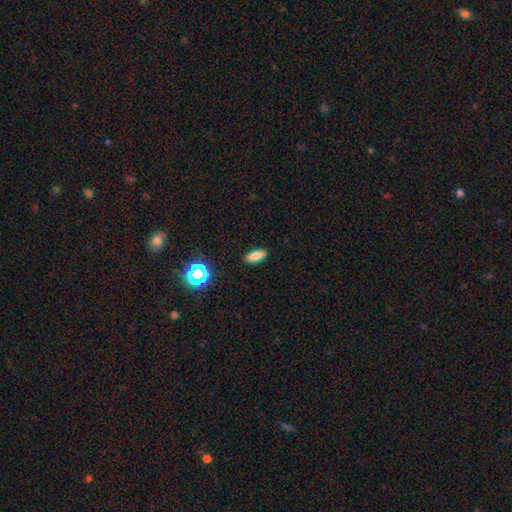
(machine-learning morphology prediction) A smooth galaxy with no disk features (81%) that is in between round and cigar-shaped (72%).

Vote fractions:
- Smooth or featured? smooth: 81% / star or artifact: 12% / featured or disk: 7%
- How rounded? in between: 72% / cigar-shaped: 25% / round: 3%
- Merging? none: 89% / minor disturbance: 8% / major disturbance: 2% / merger: 1%